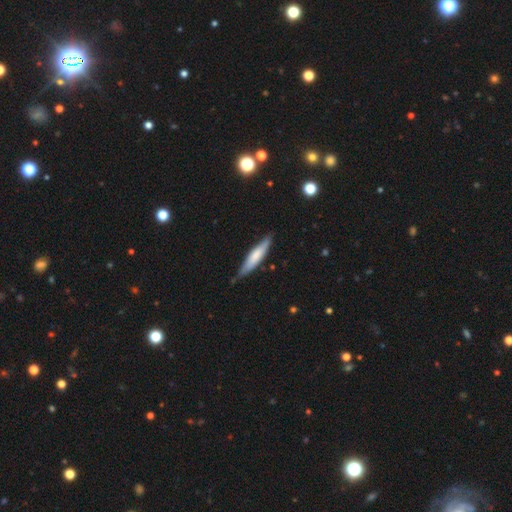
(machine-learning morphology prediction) The model was most divided on "smooth or featured": smooth: 64%, featured or disk: 31%, star or artifact: 5%. More confident: how rounded — cigar-shaped (80%); merging — none (75%).